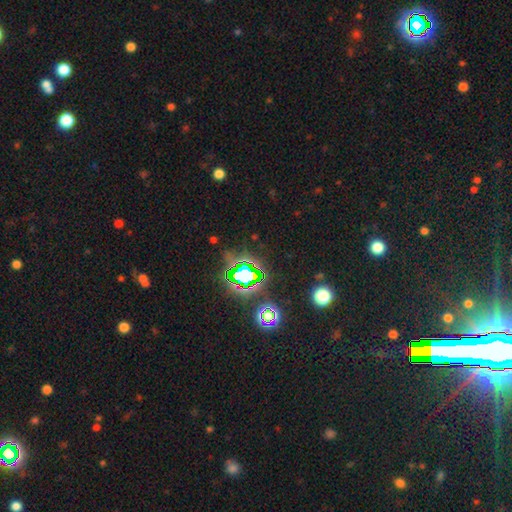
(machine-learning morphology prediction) Smooth or featured? Predicted: star or artifact (p=0.82).